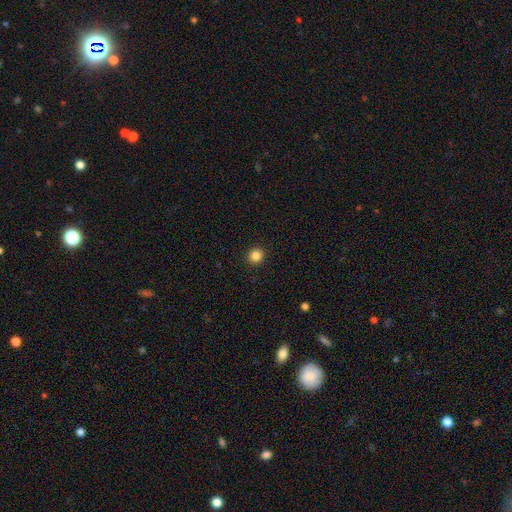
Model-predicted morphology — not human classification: smooth-or-featured: smooth: 85% | star or artifact: 12% | featured or disk: 4%
  how-rounded: round: 95% | in between: 4% | cigar-shaped: 1%
  merging: none: 93% | minor disturbance: 4% | major disturbance: 2% | merger: 1%